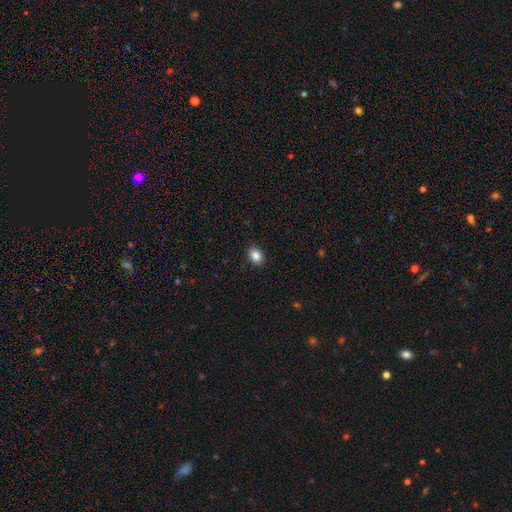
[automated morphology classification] Smooth or featured?
  - smooth: 86% *
  - star or artifact: 9%
  - featured or disk: 5%
How rounded?
  - in between: 71% *
  - round: 28%
  - cigar-shaped: 1%
Merging?
  - none: 89% *
  - minor disturbance: 8%
  - major disturbance: 2%
  - merger: 1%